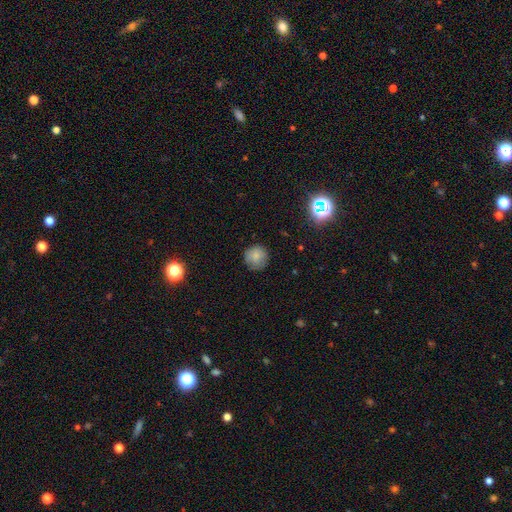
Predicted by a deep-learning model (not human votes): Q: Smooth or featured?
A: smooth (79%); runner-up: star or artifact (12%)
Q: How rounded?
A: round (94%); runner-up: in between (5%)
Q: Merging?
A: none (81%); runner-up: minor disturbance (14%)